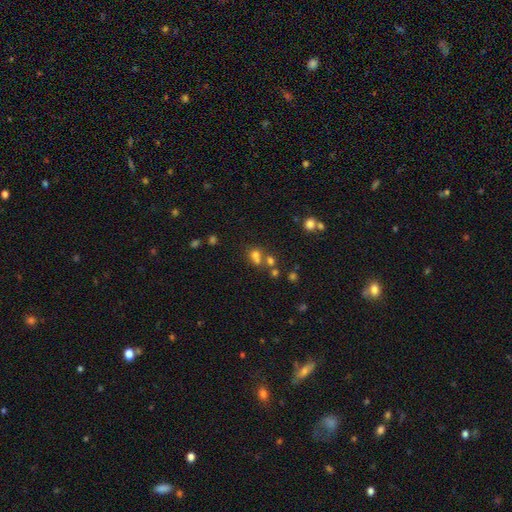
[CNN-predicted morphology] Smooth or featured? smooth (63%)
How rounded? round (72%)
Merging? merger (46%)